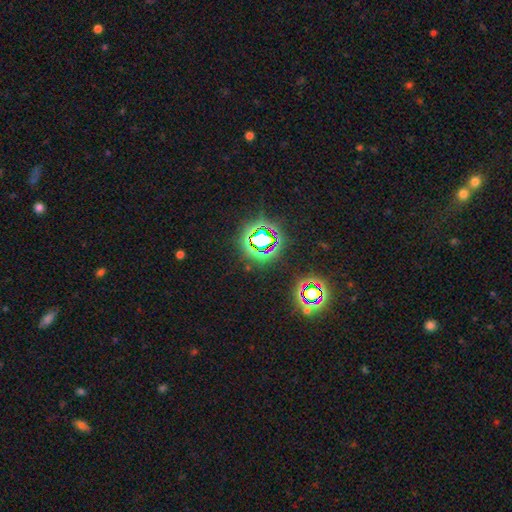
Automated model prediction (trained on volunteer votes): The model was most divided on "smooth or featured": star or artifact: 78%, smooth: 14%, featured or disk: 7%.